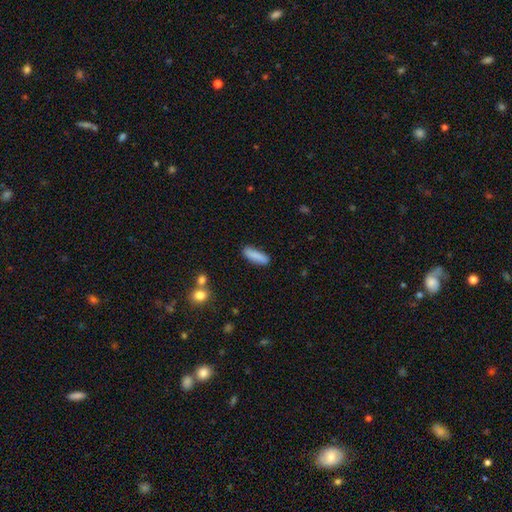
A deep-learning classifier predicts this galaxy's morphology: Q: Smooth or featured?
A: smooth (87%); runner-up: star or artifact (6%)
Q: How rounded?
A: cigar-shaped (58%); runner-up: in between (40%)
Q: Merging?
A: none (85%); runner-up: minor disturbance (10%)